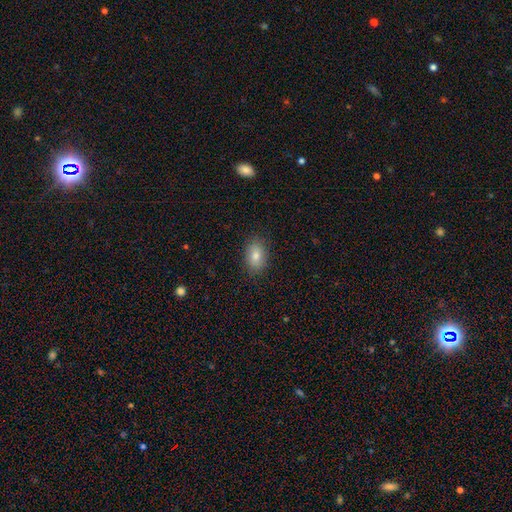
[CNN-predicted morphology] Smooth or featured? Predicted: smooth (p=0.79). How rounded? Predicted: in between (p=0.88). Merging? Predicted: none (p=0.87).